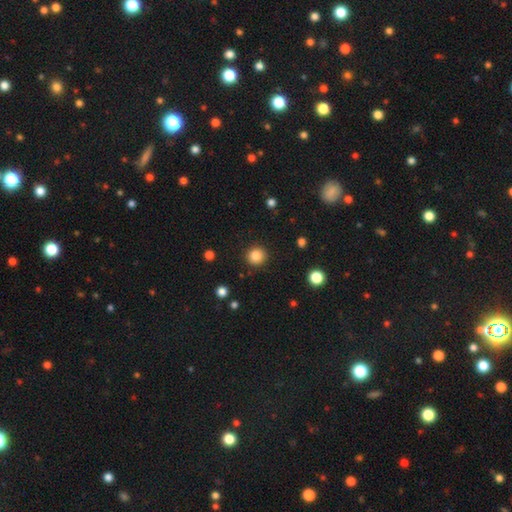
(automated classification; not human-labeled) A smooth galaxy with no disk features (86%) that is round (92%).

Vote fractions:
- Smooth or featured? smooth: 86% / star or artifact: 10% / featured or disk: 4%
- How rounded? round: 92% / in between: 7% / cigar-shaped: 1%
- Merging? none: 90% / minor disturbance: 6% / major disturbance: 2% / merger: 1%